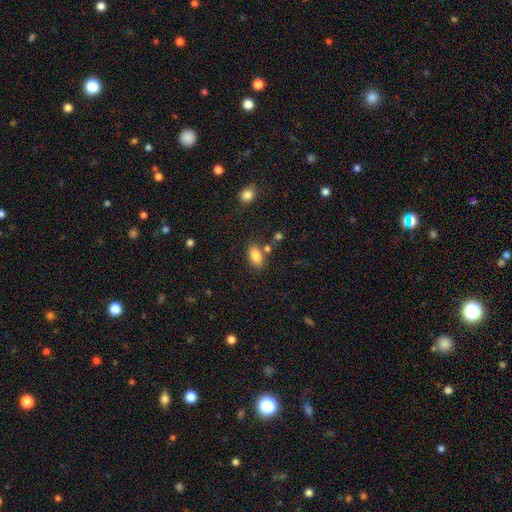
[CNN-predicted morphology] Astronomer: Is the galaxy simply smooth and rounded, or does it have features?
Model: smooth — 85%.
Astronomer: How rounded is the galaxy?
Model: in between — 90%.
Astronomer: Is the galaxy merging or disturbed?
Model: none — 73%.